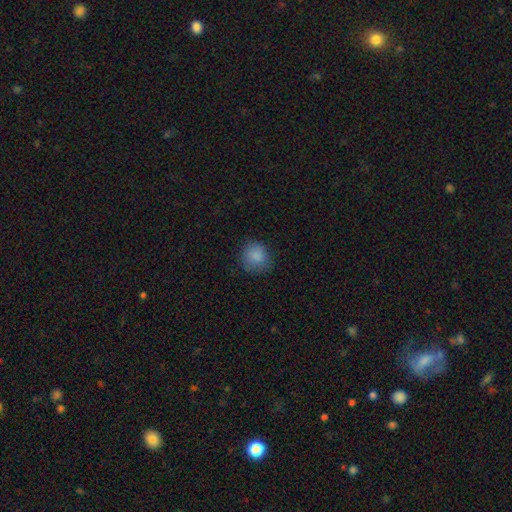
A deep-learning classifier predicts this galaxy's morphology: Smooth or featured?
  - smooth: 85% *
  - star or artifact: 9%
  - featured or disk: 6%
How rounded?
  - round: 84% *
  - in between: 15%
  - cigar-shaped: 1%
Merging?
  - none: 76% *
  - minor disturbance: 17%
  - major disturbance: 5%
  - merger: 1%